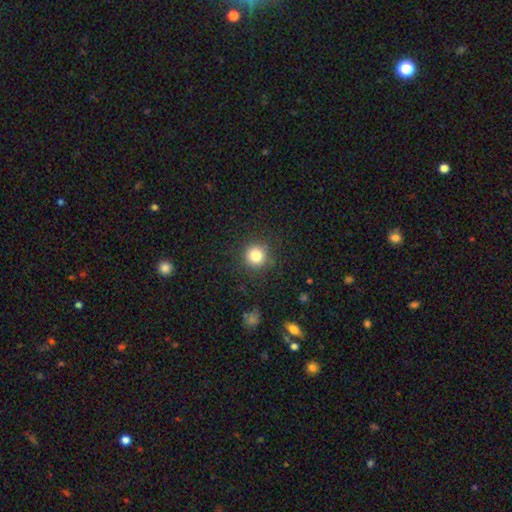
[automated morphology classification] Overall: smooth (82%). How rounded: round (94%). Merging: none (88%).